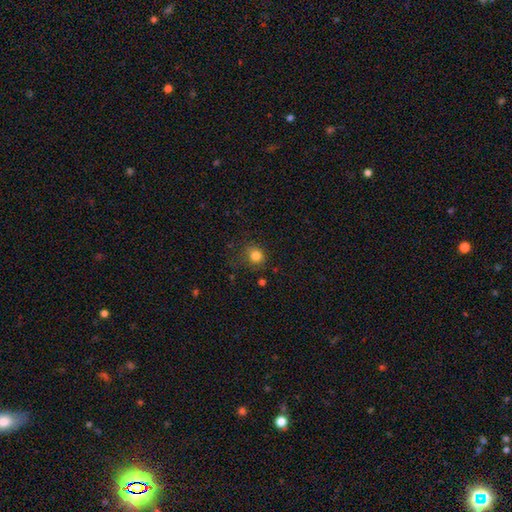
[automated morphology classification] smooth_or_featured: smooth (p=0.82) [alt: star or artifact p=0.12]
how_rounded: round (p=0.78) [alt: in between p=0.21]
merging: none (p=0.71) [alt: minor disturbance p=0.19]